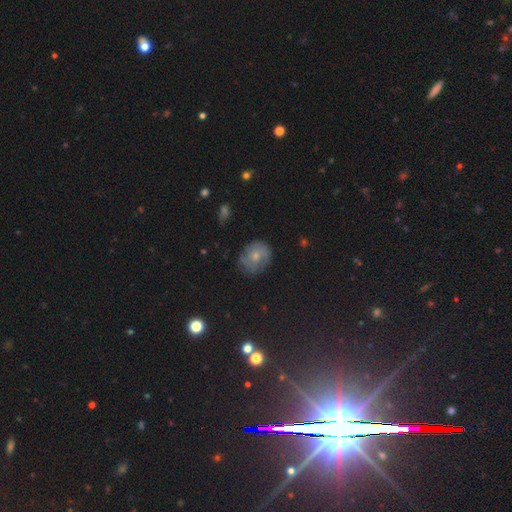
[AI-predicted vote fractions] Smooth or featured? smooth (45%)
Merging? none (71%)